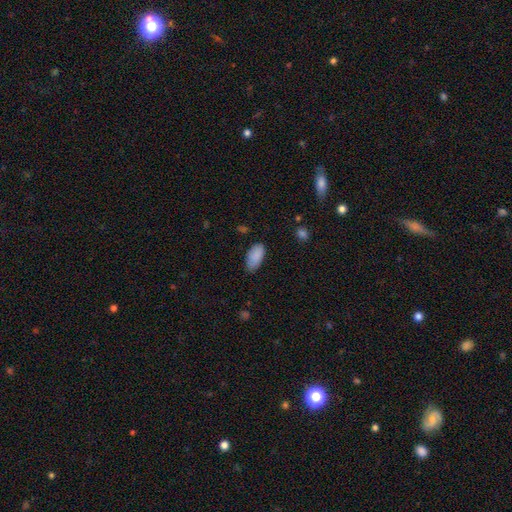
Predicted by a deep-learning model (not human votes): smooth_or_featured: smooth (p=0.88) [alt: star or artifact p=0.07]
how_rounded: in between (p=0.93) [alt: cigar-shaped p=0.04]
merging: none (p=0.74) [alt: minor disturbance p=0.21]